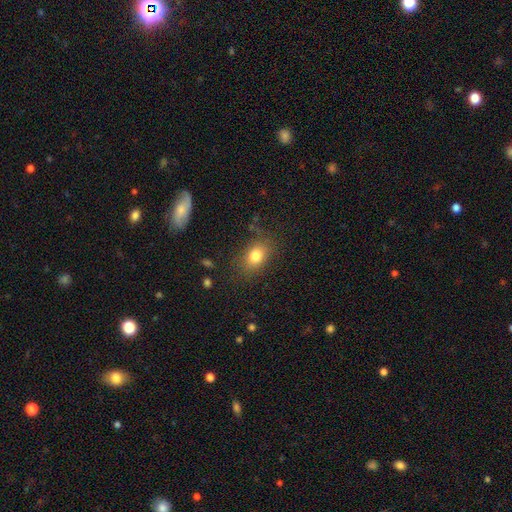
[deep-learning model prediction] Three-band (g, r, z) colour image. It shows a smooth galaxy with no disk features (79%) that is in between round and cigar-shaped (72%). Merging: none (80%).